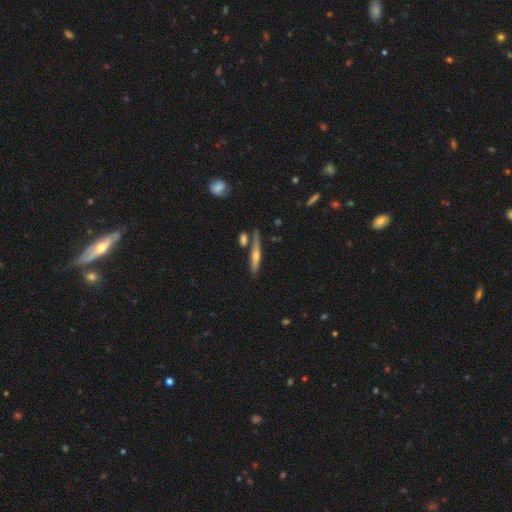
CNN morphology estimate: smooth_or_featured: featured or disk (p=0.59) [alt: smooth p=0.34]
disk_edge_on: yes (p=0.95) [alt: no p=0.05]
edge_on_bulge: rounded (p=0.84) [alt: none p=0.11]
merging: none (p=0.76) [alt: merger p=0.11]